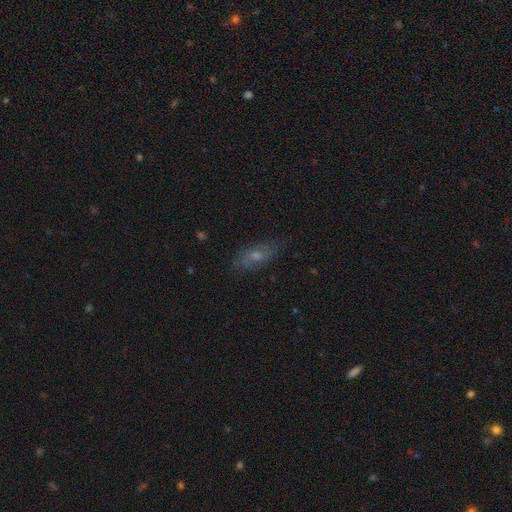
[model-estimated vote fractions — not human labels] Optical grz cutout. It shows a featured or disk galaxy (45%). Merging: none (73%).